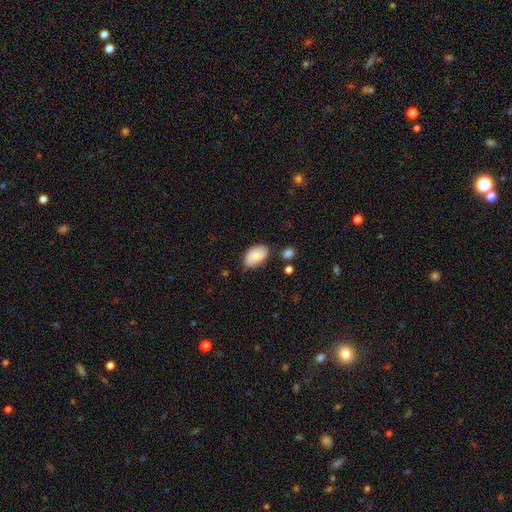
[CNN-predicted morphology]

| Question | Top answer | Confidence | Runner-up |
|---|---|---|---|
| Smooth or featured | smooth | 75% | featured or disk (18%) |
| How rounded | in between | 92% | round (6%) |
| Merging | none | 72% | minor disturbance (21%) |